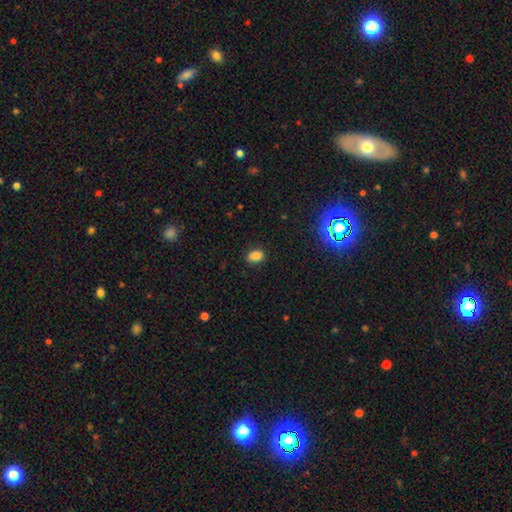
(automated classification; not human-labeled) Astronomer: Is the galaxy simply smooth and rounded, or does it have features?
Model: smooth — 82%.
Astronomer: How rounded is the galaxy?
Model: in between — 75%.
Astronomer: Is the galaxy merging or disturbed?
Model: none — 84%.